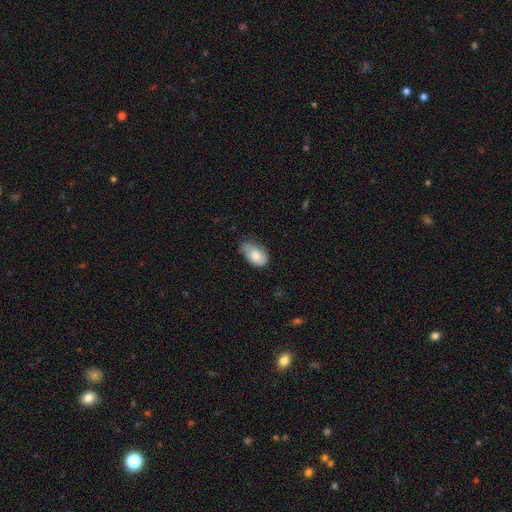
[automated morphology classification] smooth 78%, featured or disk 15%, star or artifact 7%. Down the decision tree: how rounded — in between (92%); merging — none (50%).